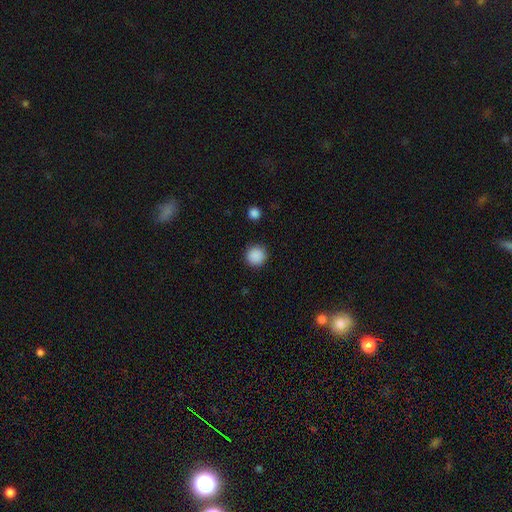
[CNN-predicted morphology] type=smooth (89%); roundness=round (94%); merging=none (91%).